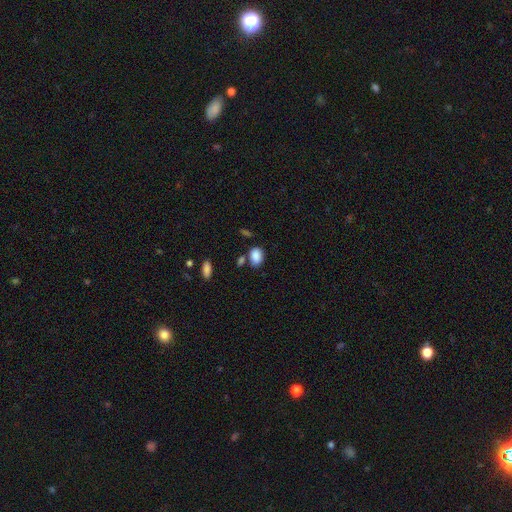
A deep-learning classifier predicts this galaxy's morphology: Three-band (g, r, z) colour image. It shows a smooth galaxy with no disk features (88%) that is in between round and cigar-shaped (76%). Merging: none (67%).